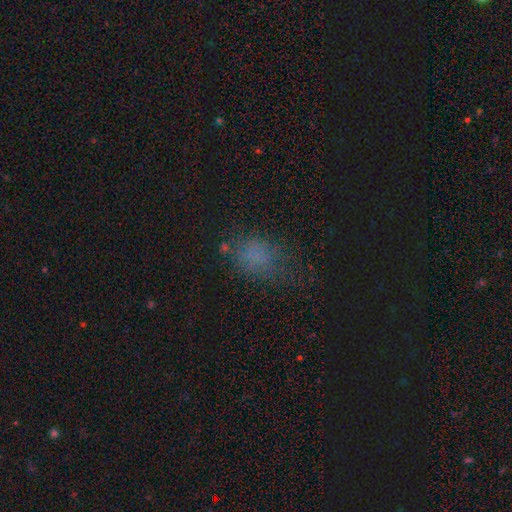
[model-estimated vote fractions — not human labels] Smooth or featured: smooth — 64% (star or artifact — 23%)
How rounded: in between — 73% (round — 24%)
Merging: none — 52% (minor disturbance — 25%)